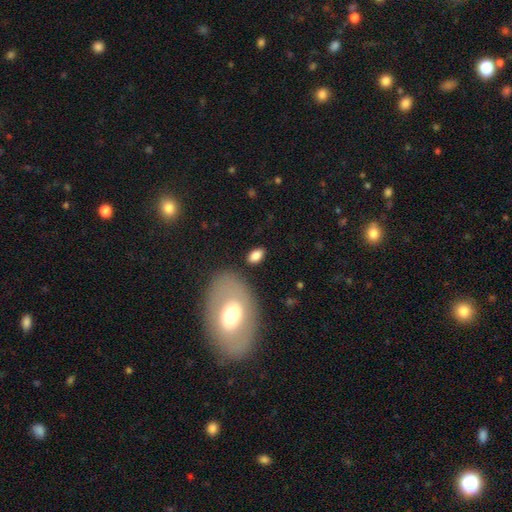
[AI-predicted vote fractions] Overall: smooth (82%). How rounded: in between (89%). Merging: none (79%).